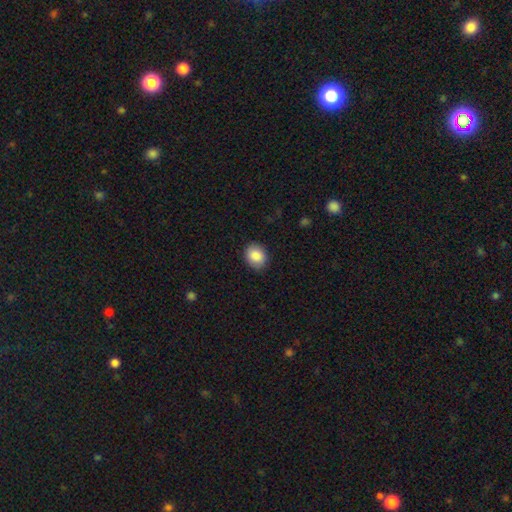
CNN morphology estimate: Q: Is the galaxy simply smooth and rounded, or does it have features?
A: smooth — 88%.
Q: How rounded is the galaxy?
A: round — 55%.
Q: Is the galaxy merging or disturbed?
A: none — 86%.